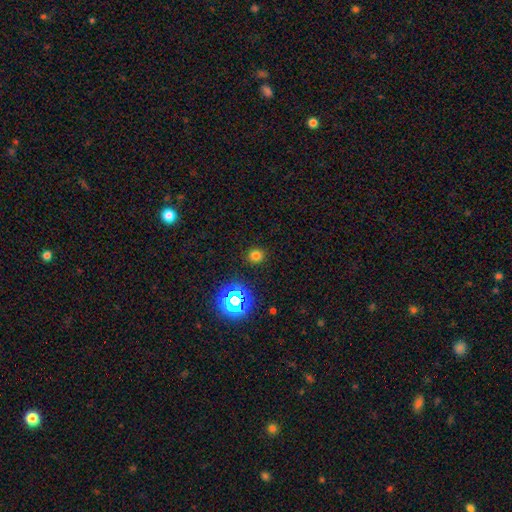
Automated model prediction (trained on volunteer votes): Smooth or featured?
  - smooth: 72% *
  - star or artifact: 22%
  - featured or disk: 6%
How rounded?
  - round: 87% *
  - in between: 12%
  - cigar-shaped: 1%
Merging?
  - none: 90% *
  - minor disturbance: 6%
  - major disturbance: 3%
  - merger: 2%